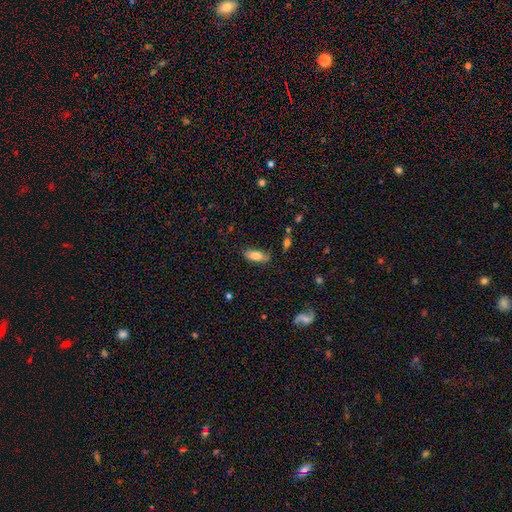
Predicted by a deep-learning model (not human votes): smooth_or_featured: smooth (p=0.80) [alt: featured or disk p=0.13]
how_rounded: in between (p=0.85) [alt: cigar-shaped p=0.13]
merging: none (p=0.76) [alt: minor disturbance p=0.17]